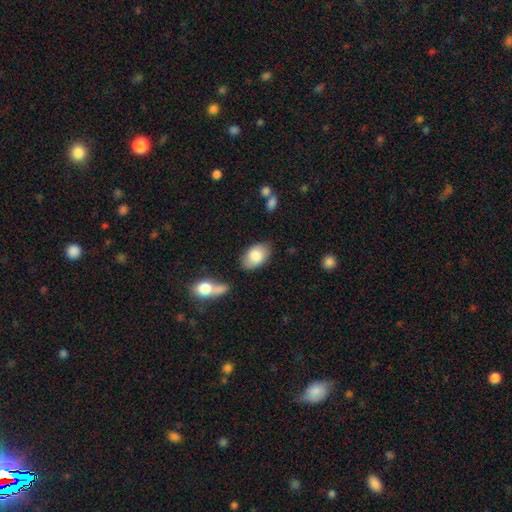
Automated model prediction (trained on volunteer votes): Smooth or featured?
  - smooth: 84% *
  - featured or disk: 10%
  - star or artifact: 6%
How rounded?
  - in between: 91% *
  - round: 8%
  - cigar-shaped: 1%
Merging?
  - none: 76% *
  - minor disturbance: 15%
  - merger: 5%
  - major disturbance: 4%